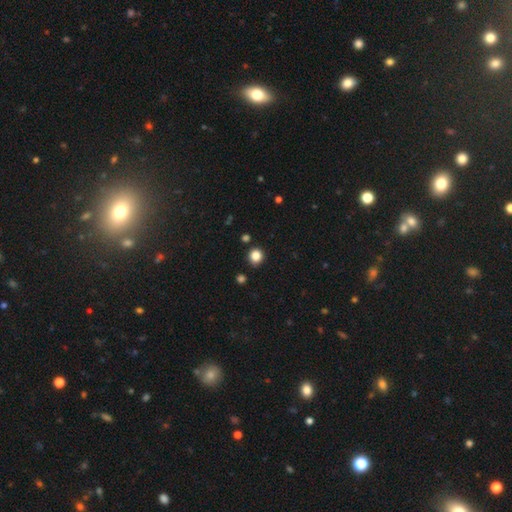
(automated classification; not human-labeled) Q: Smooth or featured?
A: smooth (84%); runner-up: star or artifact (12%)
Q: How rounded?
A: round (89%); runner-up: in between (10%)
Q: Merging?
A: none (89%); runner-up: minor disturbance (6%)